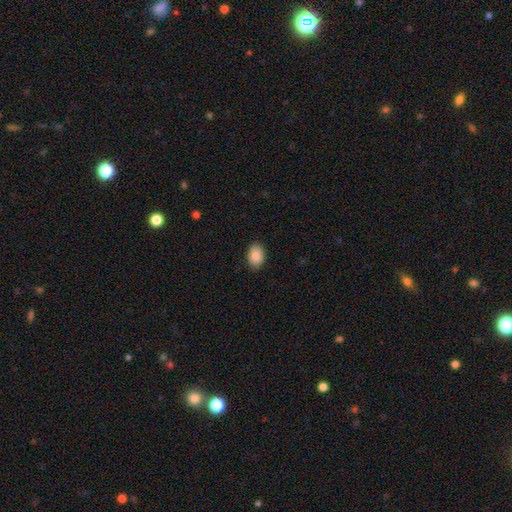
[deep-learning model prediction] Smooth or featured: smooth — 89% (star or artifact — 7%)
How rounded: in between — 84% (round — 15%)
Merging: none — 88% (minor disturbance — 9%)